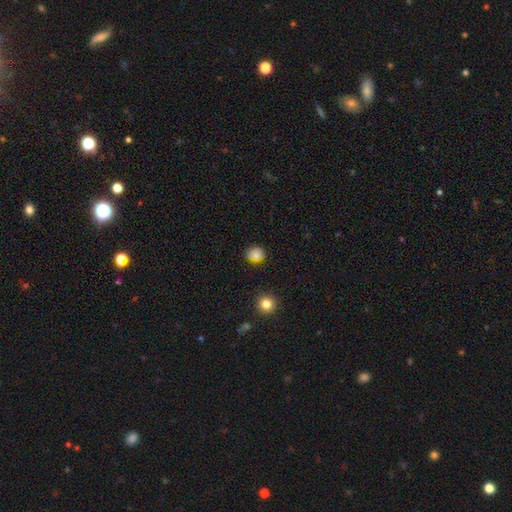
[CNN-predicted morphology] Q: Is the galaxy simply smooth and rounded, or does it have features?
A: smooth — 81%.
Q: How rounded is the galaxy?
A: round — 78%.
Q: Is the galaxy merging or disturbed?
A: none — 78%.